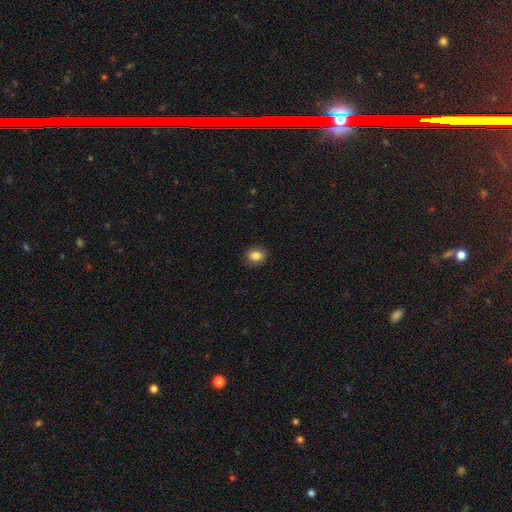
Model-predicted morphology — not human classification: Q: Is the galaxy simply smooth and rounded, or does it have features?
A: smooth — 84%.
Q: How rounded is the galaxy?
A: in between — 51%.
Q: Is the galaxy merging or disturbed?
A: none — 86%.